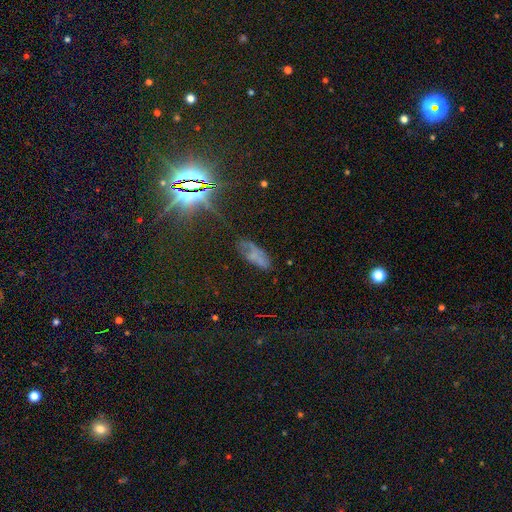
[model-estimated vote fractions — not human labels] smooth_or_featured: smooth (p=0.42) [alt: featured or disk p=0.31]
merging: none (p=0.54) [alt: minor disturbance p=0.26]